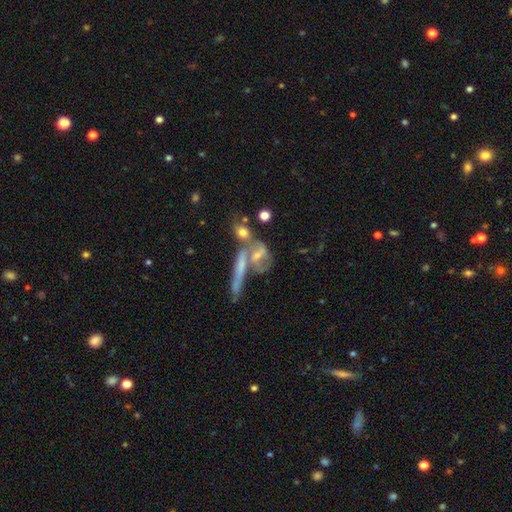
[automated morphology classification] The model was most divided on "merging": merger: 44%, none: 34%, minor disturbance: 12%, major disturbance: 10%. More confident: edge-on disk — no (62%); smooth or featured — featured or disk (55%).